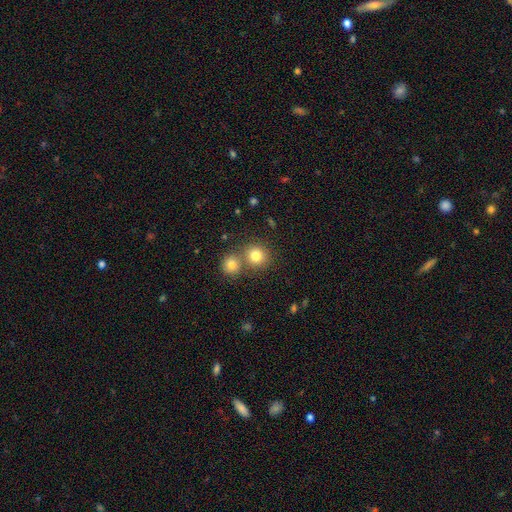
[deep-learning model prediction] A smooth galaxy with no disk features (79%) that is round (89%).

Vote fractions:
- Smooth or featured? smooth: 79% / star or artifact: 13% / featured or disk: 8%
- How rounded? round: 89% / in between: 10% / cigar-shaped: 1%
- Merging? none: 59% / merger: 32% / minor disturbance: 7% / major disturbance: 2%